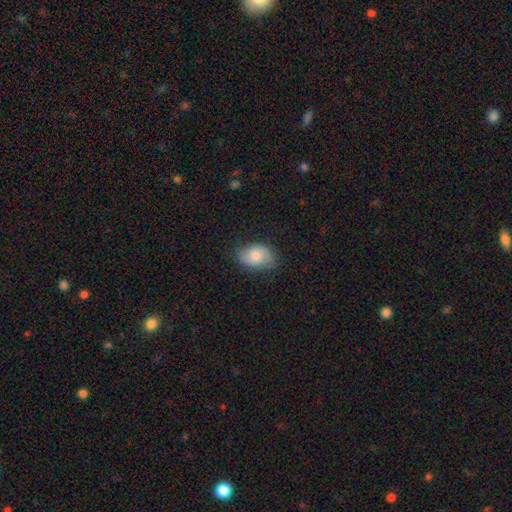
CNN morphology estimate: Smooth or featured? smooth (72%)
How rounded? in between (83%)
Merging? none (73%)